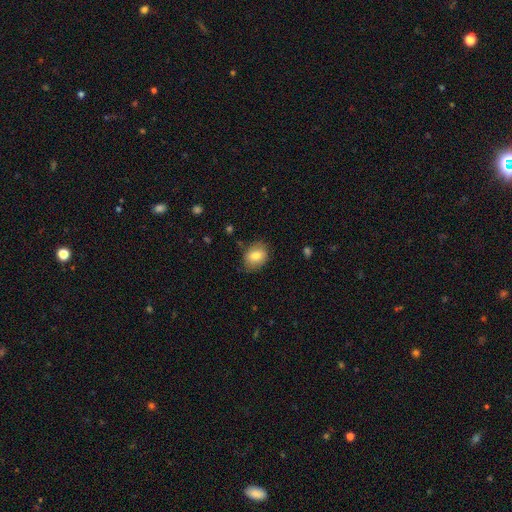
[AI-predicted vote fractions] Smooth or featured? Predicted: smooth (p=0.79). How rounded? Predicted: in between (p=0.62). Merging? Predicted: none (p=0.74).